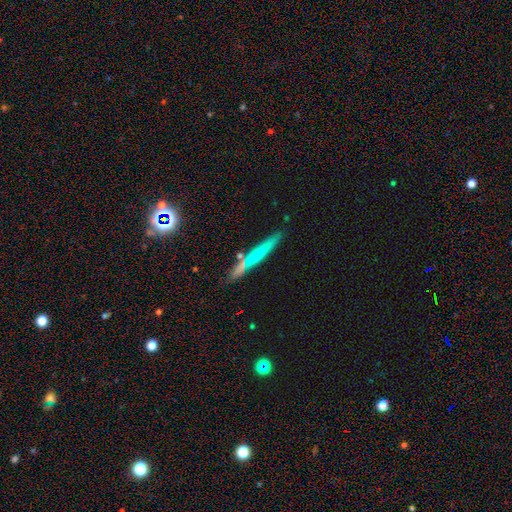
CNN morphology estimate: smooth_or_featured: smooth (p=0.56) [alt: featured or disk p=0.36]
how_rounded: cigar-shaped (p=0.95) [alt: in between p=0.04]
merging: none (p=0.75) [alt: minor disturbance p=0.12]